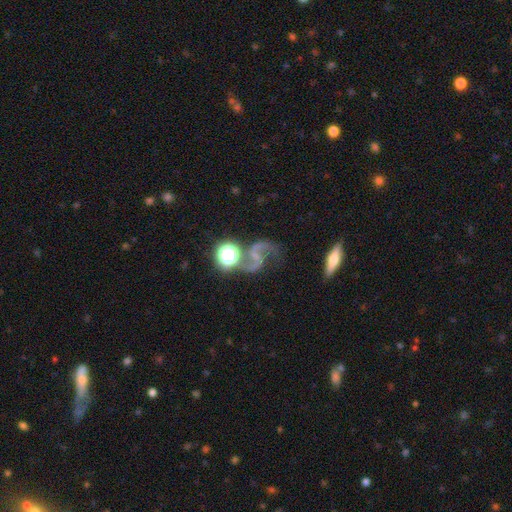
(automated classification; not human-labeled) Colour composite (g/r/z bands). It shows a featured or disk galaxy (81%) with no bar (43%), 2 (90%) loose (73%) spiral arms (95%) and a small central bulge (45%). Merging: none (59%).